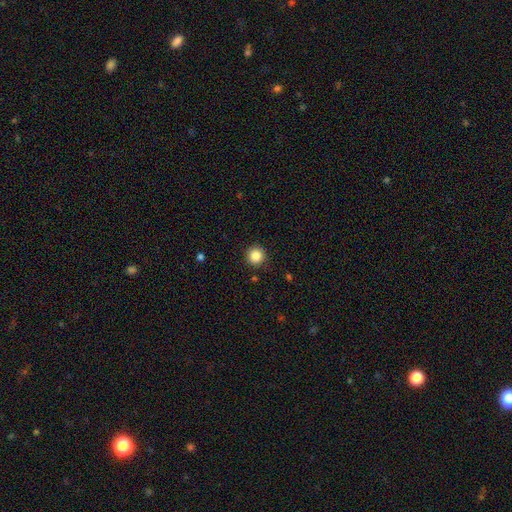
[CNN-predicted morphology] smooth 85%, star or artifact 11%, featured or disk 4%. Down the decision tree: how rounded — round (95%); merging — none (91%).